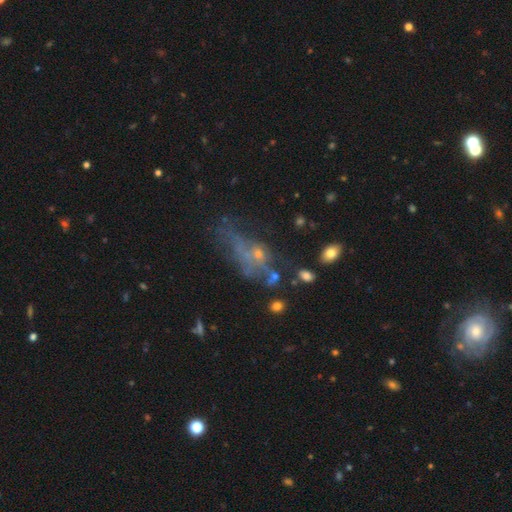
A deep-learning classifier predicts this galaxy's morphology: smooth-or-featured: featured or disk: 40% | smooth: 33% | star or artifact: 27%
  merging: major disturbance: 35% | none: 32% | minor disturbance: 20% | merger: 13%